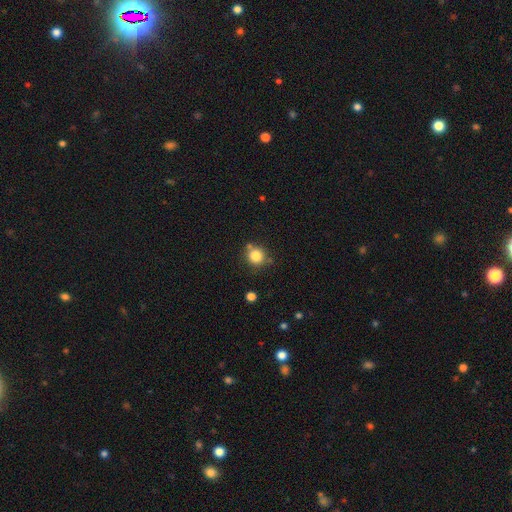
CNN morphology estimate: type=smooth (82%); roundness=round (90%); merging=none (73%).